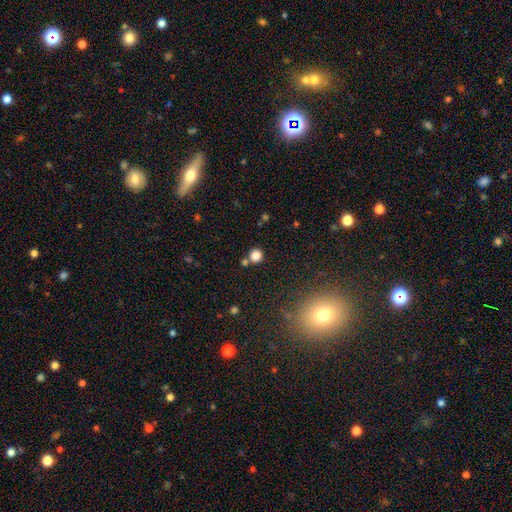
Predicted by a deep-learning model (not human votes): smooth 81%, star or artifact 14%, featured or disk 5%. Down the decision tree: how rounded — round (87%); merging — none (73%).